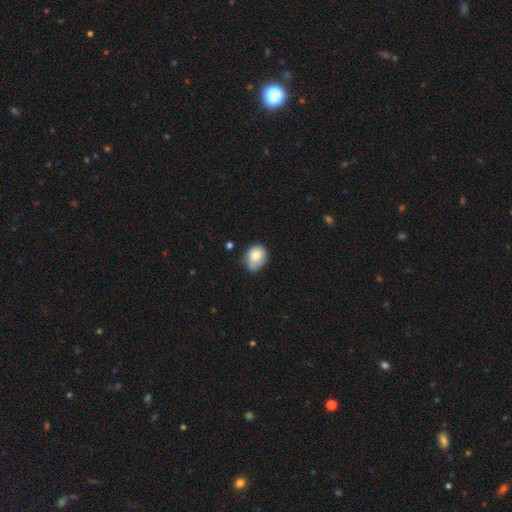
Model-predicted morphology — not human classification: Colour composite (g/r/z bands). It shows a smooth galaxy with no disk features (79%) that is in between round and cigar-shaped (55%). Merging: none (46%).